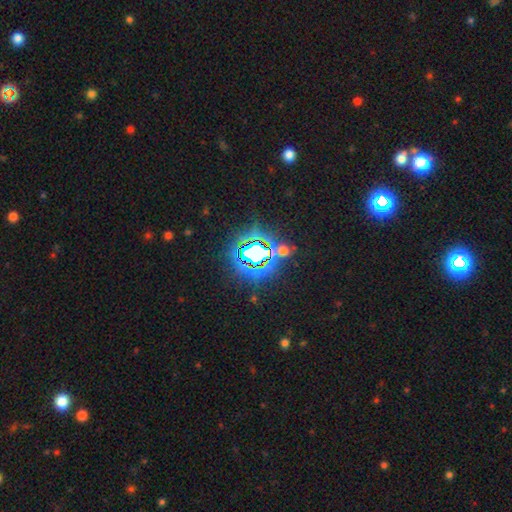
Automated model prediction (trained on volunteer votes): Overall: star or artifact (80%).